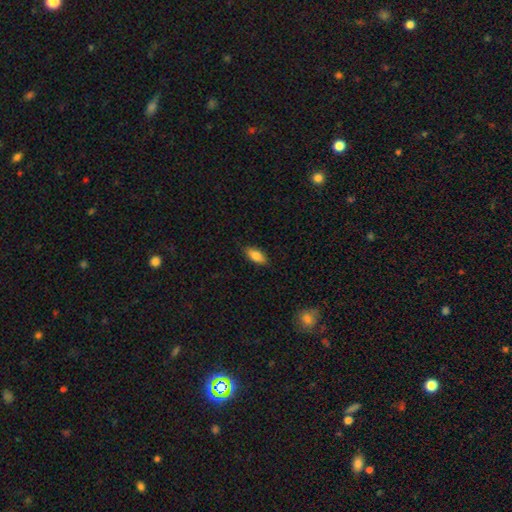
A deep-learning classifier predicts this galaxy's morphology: The model was most divided on "how rounded": in between: 85%, cigar-shaped: 13%, round: 3%. More confident: merging — none (86%); smooth or featured — smooth (83%).